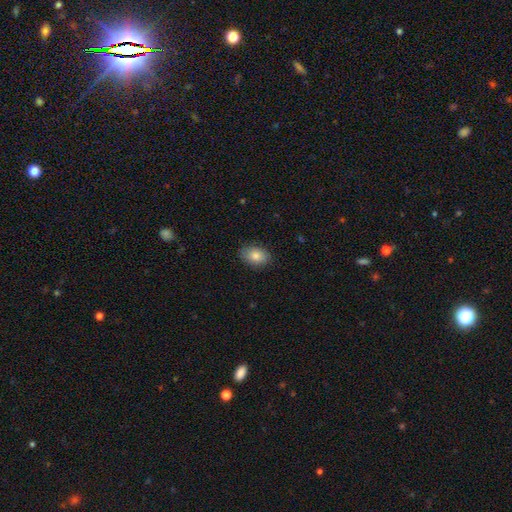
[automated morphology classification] Smooth or featured?
  - smooth: 84% *
  - featured or disk: 9%
  - star or artifact: 8%
How rounded?
  - in between: 83% *
  - round: 15%
  - cigar-shaped: 1%
Merging?
  - none: 85% *
  - minor disturbance: 11%
  - major disturbance: 2%
  - merger: 1%